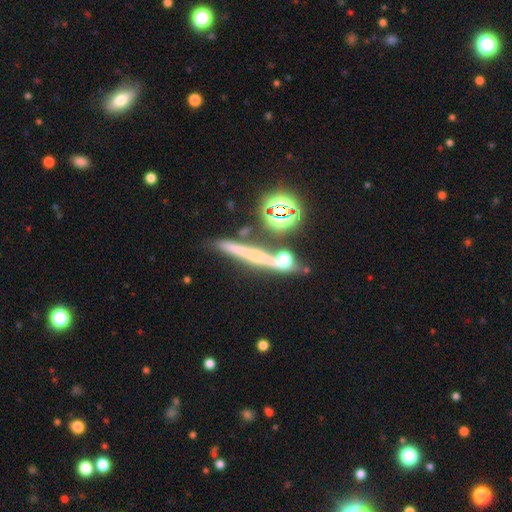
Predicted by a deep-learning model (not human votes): This appears to be a featured or disk galaxy (41%). Merging: none (68%).